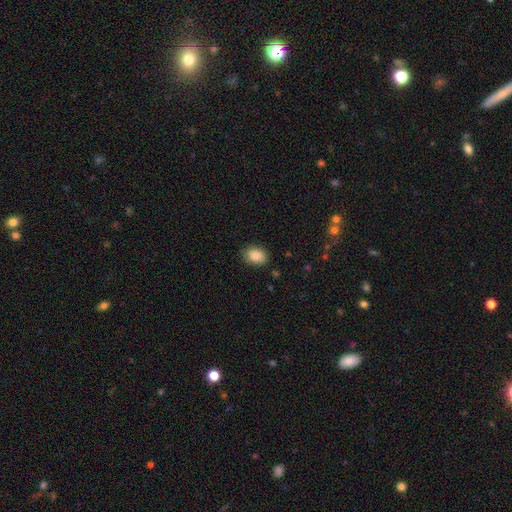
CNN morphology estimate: Smooth or featured?
  - smooth: 86% *
  - star or artifact: 8%
  - featured or disk: 6%
How rounded?
  - in between: 73% *
  - round: 26%
  - cigar-shaped: 1%
Merging?
  - none: 86% *
  - minor disturbance: 11%
  - major disturbance: 2%
  - merger: 1%